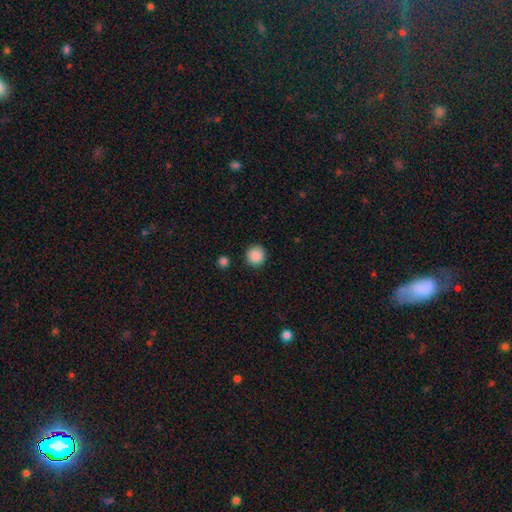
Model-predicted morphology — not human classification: The model was most divided on "smooth or featured": smooth: 89%, star or artifact: 9%, featured or disk: 3%. More confident: how rounded — round (92%); merging — none (91%).